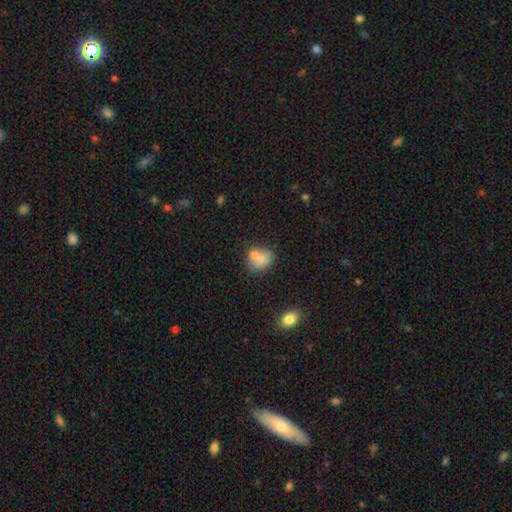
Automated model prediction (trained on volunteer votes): Smooth or featured? Predicted: smooth (p=0.76). How rounded? Predicted: in between (p=0.55). Merging? Predicted: none (p=0.42).